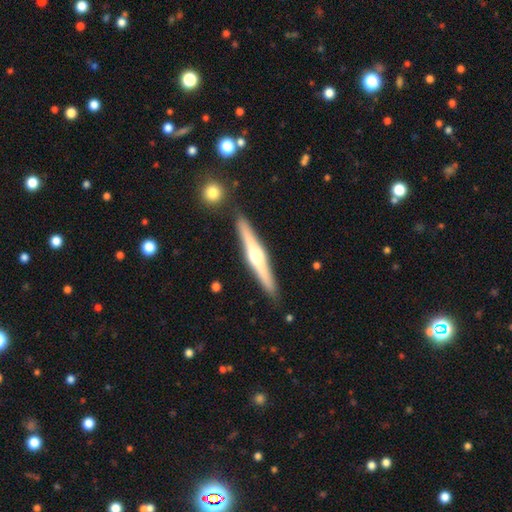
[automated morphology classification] smooth_or_featured: featured or disk (p=0.70) [alt: smooth p=0.25]
disk_edge_on: yes (p=0.97) [alt: no p=0.03]
edge_on_bulge: rounded (p=0.92) [alt: boxy p=0.04]
merging: none (p=0.88) [alt: minor disturbance p=0.08]